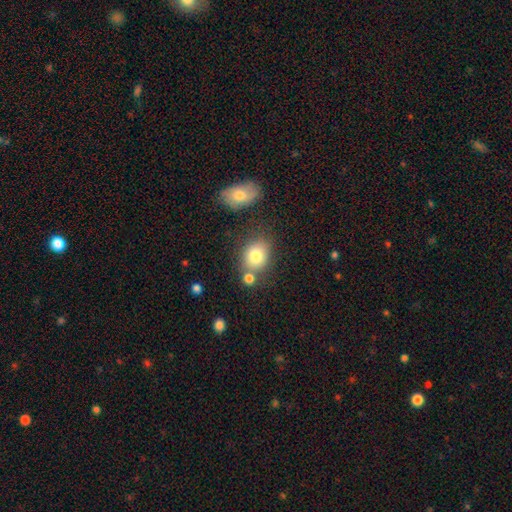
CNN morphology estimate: smooth_or_featured: smooth (p=0.80) [alt: featured or disk p=0.11]
how_rounded: round (p=0.50) [alt: in between p=0.49]
merging: none (p=0.64) [alt: merger p=0.18]